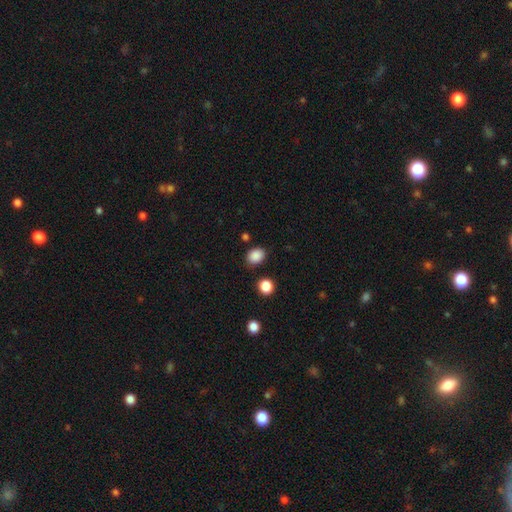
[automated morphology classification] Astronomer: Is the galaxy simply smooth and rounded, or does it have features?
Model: smooth — 87%.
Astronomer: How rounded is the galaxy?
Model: in between — 58% (runner-up: round, 41%).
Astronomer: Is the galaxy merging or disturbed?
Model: none — 83%.